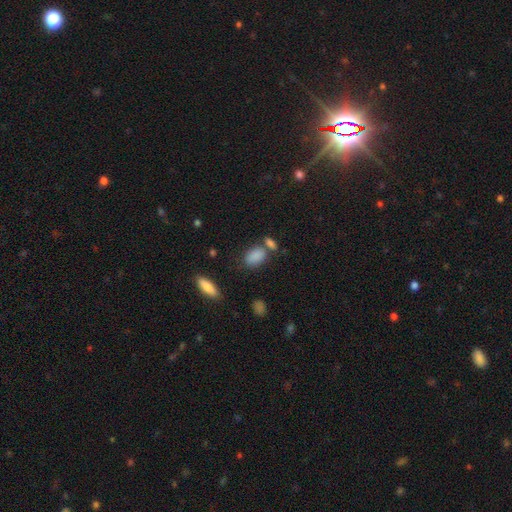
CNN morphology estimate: smooth_or_featured: smooth (p=0.85) [alt: star or artifact p=0.09]
how_rounded: in between (p=0.86) [alt: round p=0.11]
merging: none (p=0.58) [alt: merger p=0.22]